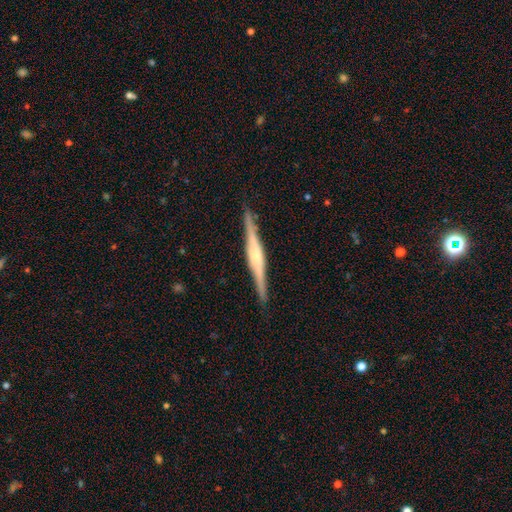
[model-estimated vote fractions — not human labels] The model was most divided on "edge-on bulge": rounded: 59%, boxy: 30%, none: 11%. More confident: edge-on disk — yes (98%); merging — none (90%); smooth or featured — featured or disk (80%).